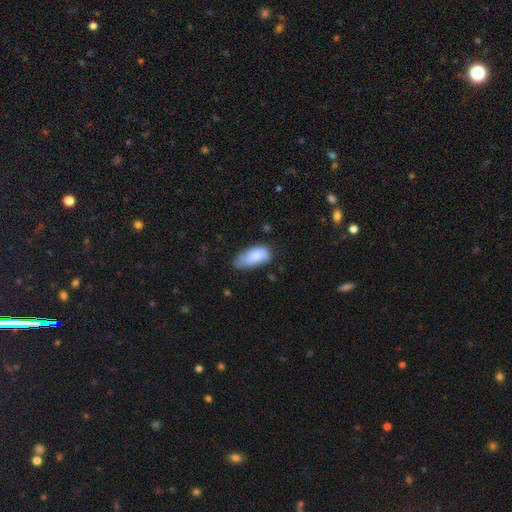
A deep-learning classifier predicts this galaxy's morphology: Smooth or featured? smooth (80%)
How rounded? in between (91%)
Merging? none (43%)